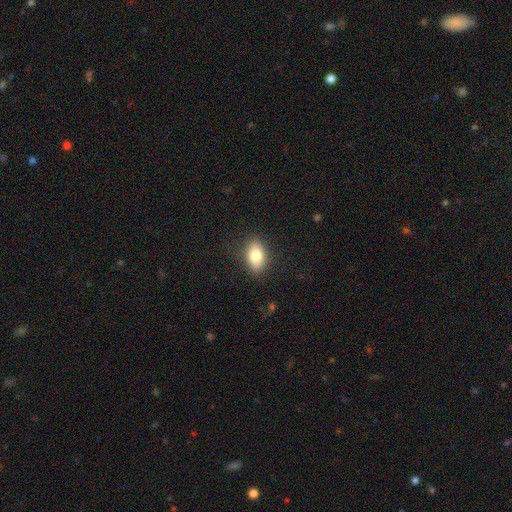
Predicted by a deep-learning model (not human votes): A smooth galaxy with no disk features (80%) that is in between round and cigar-shaped (88%). Merging: none (86%).